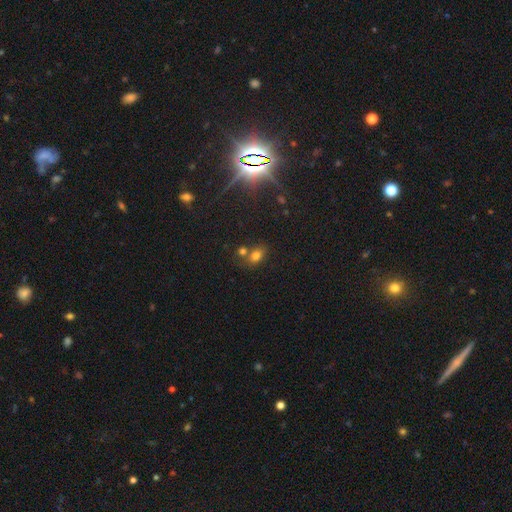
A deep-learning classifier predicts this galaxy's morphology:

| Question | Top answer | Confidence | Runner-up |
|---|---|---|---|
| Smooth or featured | smooth | 74% | star or artifact (16%) |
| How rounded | in between | 70% | round (29%) |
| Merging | none | 53% | merger (31%) |